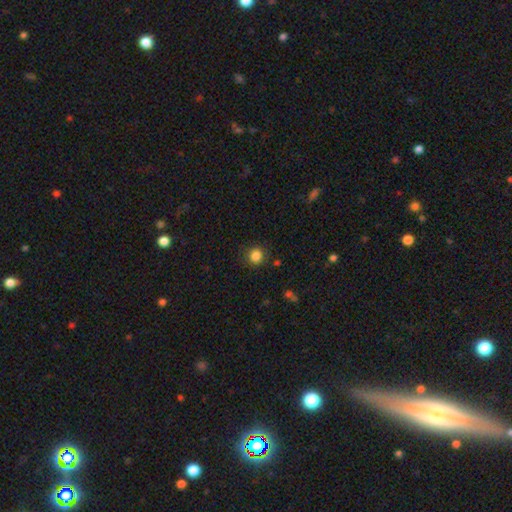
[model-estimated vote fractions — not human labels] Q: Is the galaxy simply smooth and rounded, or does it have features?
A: smooth — 85%.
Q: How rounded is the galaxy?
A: round — 89%.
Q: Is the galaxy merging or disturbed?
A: none — 87%.